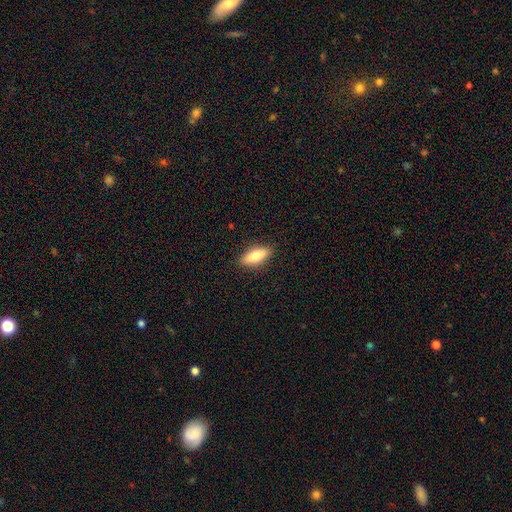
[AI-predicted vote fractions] smooth 70%, featured or disk 24%, star or artifact 6%. Down the decision tree: how rounded — in between (59%); merging — none (88%).